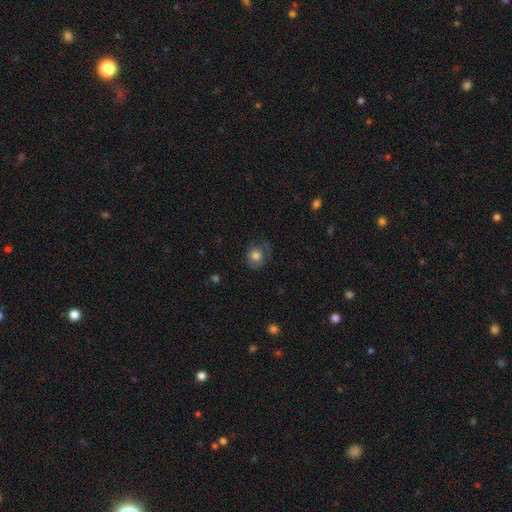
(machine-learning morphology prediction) Smooth or featured: smooth — 69% (featured or disk — 22%)
How rounded: round — 75% (in between — 24%)
Merging: none — 56% (minor disturbance — 24%)